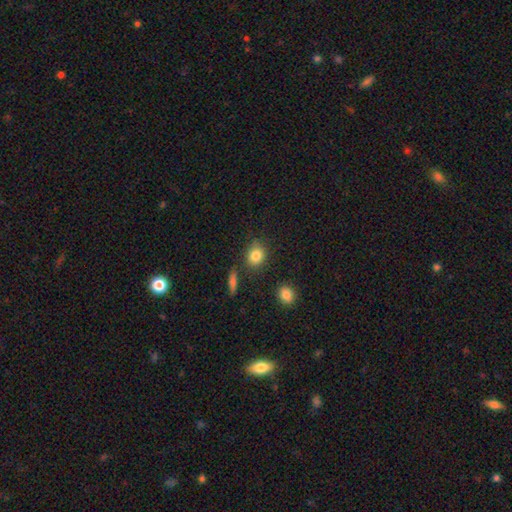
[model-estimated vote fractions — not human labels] This is clearly a smooth galaxy (84%). How rounded: likely round (61%). Merging: likely none (77%).